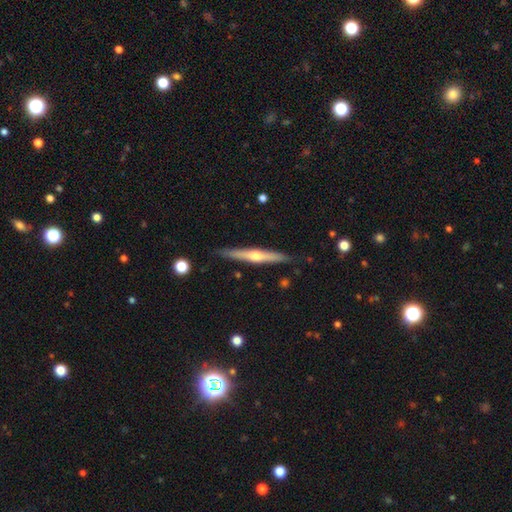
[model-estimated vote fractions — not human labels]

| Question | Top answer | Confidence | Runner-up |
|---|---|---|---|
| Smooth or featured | featured or disk | 69% | smooth (26%) |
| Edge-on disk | yes | 97% | no (3%) |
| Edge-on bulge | rounded | 86% | none (10%) |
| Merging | none | 87% | minor disturbance (10%) |